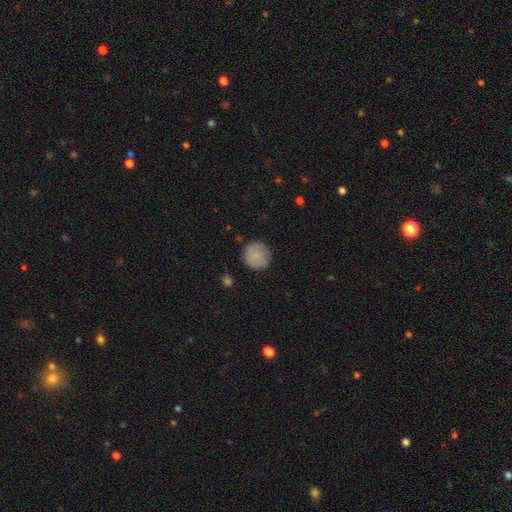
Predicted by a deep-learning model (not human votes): Q: Smooth or featured?
A: smooth (84%); runner-up: featured or disk (8%)
Q: How rounded?
A: round (93%); runner-up: in between (6%)
Q: Merging?
A: none (82%); runner-up: minor disturbance (13%)